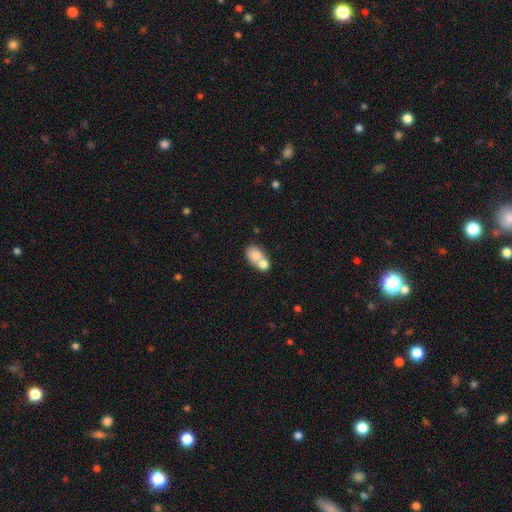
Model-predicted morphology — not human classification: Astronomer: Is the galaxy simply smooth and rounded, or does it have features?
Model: smooth — 76%.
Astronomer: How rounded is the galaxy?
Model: in between — 58% (runner-up: round, 40%).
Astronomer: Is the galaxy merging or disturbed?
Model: merger — 61%.